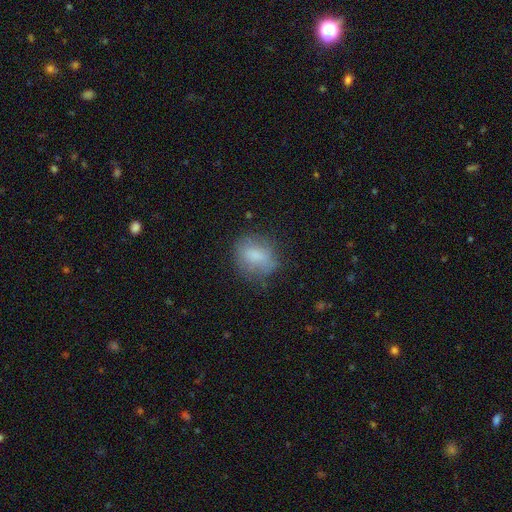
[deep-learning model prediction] Smooth or featured?
  - smooth: 76% *
  - featured or disk: 16%
  - star or artifact: 9%
How rounded?
  - in between: 50% *
  - round: 48%
  - cigar-shaped: 2%
Merging?
  - none: 67% *
  - minor disturbance: 22%
  - major disturbance: 9%
  - merger: 2%